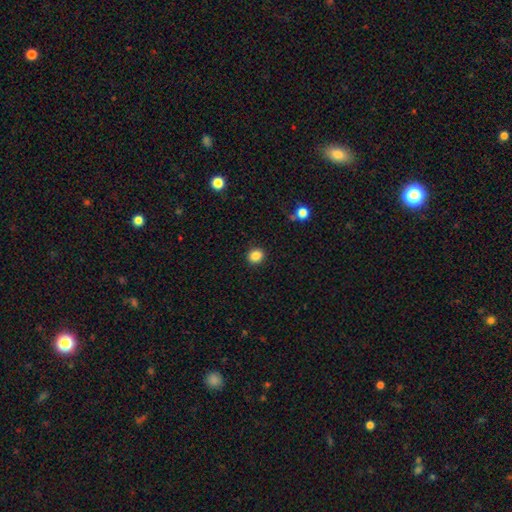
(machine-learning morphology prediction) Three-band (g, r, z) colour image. It shows a smooth galaxy with no disk features (86%) that is round (82%). Merging: none (91%).